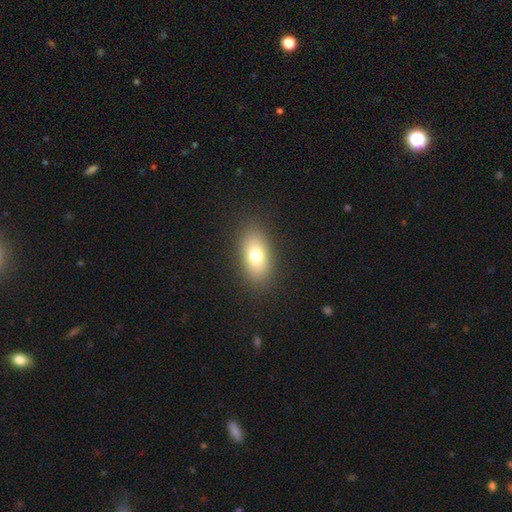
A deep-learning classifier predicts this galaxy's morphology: type=smooth (76%); roundness=in between (87%); merging=none (86%).